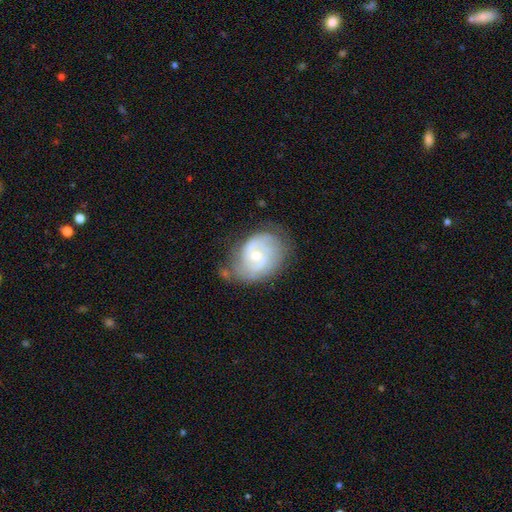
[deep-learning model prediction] Overall: featured or disk (79%). Edge-on disk: no (97%). Bar: no (60%; weak 35%). Spiral arms: yes (92%). Spiral arm count: 2 (58%; can't tell 21%). Spiral winding: tight (50%; medium 38%). Bulge size: small (52%; moderate 45%). Merging: none (63%; minor disturbance 24%).